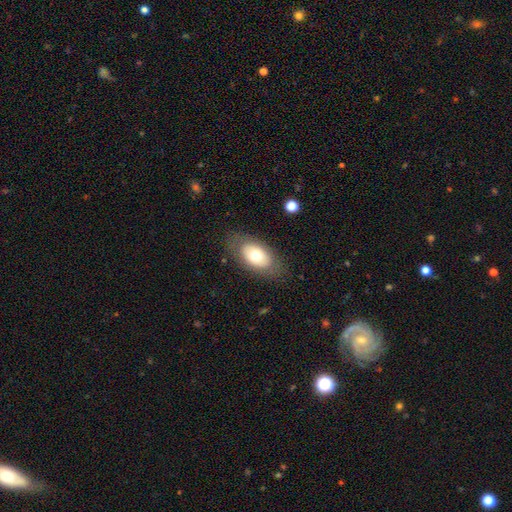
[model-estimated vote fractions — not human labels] Q: Smooth or featured?
A: smooth (67%); runner-up: featured or disk (26%)
Q: How rounded?
A: in between (90%); runner-up: round (8%)
Q: Merging?
A: none (80%); runner-up: minor disturbance (14%)